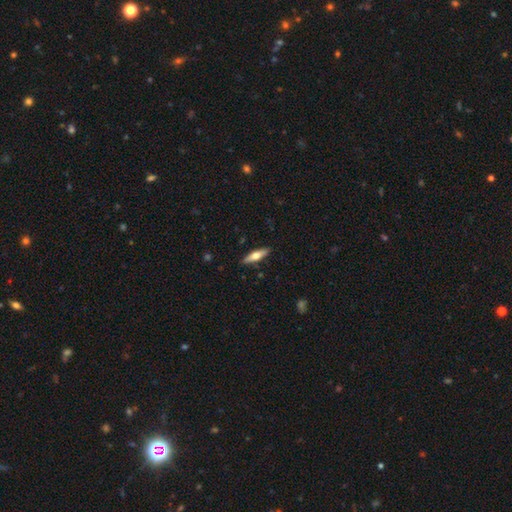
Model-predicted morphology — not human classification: A smooth galaxy with no disk features (50%).

Vote fractions:
- Smooth or featured? smooth: 50% / featured or disk: 44% / star or artifact: 6%
- Merging? none: 89% / minor disturbance: 8% / major disturbance: 2% / merger: 1%